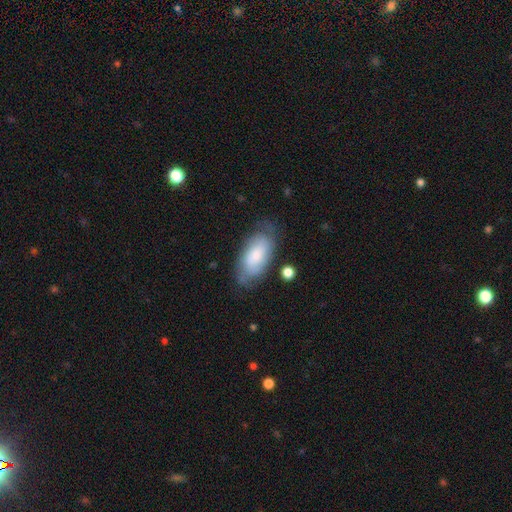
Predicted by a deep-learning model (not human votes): smooth 63%, featured or disk 31%, star or artifact 7%. Down the decision tree: how rounded — in between (91%); merging — none (65%).